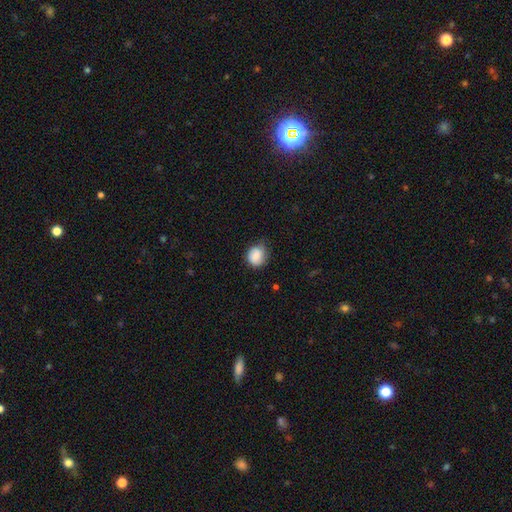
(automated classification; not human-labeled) Smooth or featured?
  - smooth: 79% *
  - featured or disk: 13%
  - star or artifact: 8%
How rounded?
  - round: 68% *
  - in between: 31%
  - cigar-shaped: 1%
Merging?
  - none: 57% *
  - minor disturbance: 33%
  - major disturbance: 8%
  - merger: 1%